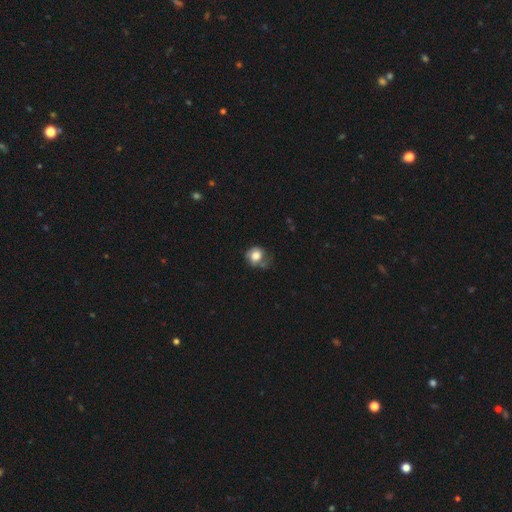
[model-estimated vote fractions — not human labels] smooth 65%, featured or disk 26%, star or artifact 9%. Down the decision tree: how rounded — round (68%); merging — none (47%).